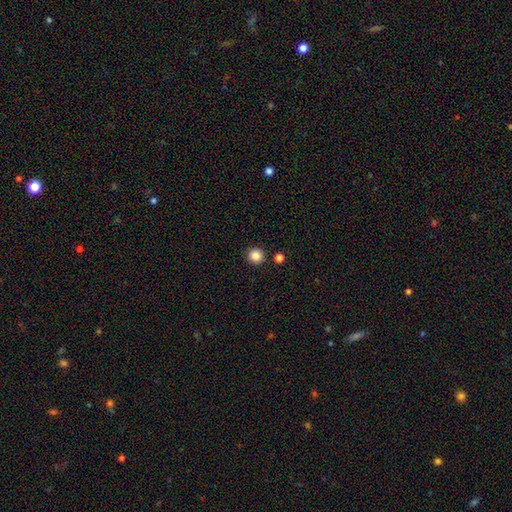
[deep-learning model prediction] smooth 86%, star or artifact 11%, featured or disk 3%. Down the decision tree: how rounded — round (94%); merging — none (89%).